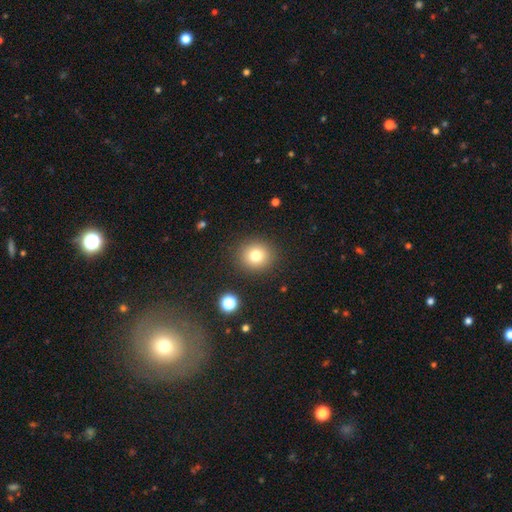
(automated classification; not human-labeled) smooth-or-featured: smooth: 78% | star or artifact: 13% | featured or disk: 9%
  how-rounded: round: 88% | in between: 12% | cigar-shaped: 1%
  merging: none: 89% | minor disturbance: 7% | major disturbance: 3% | merger: 2%